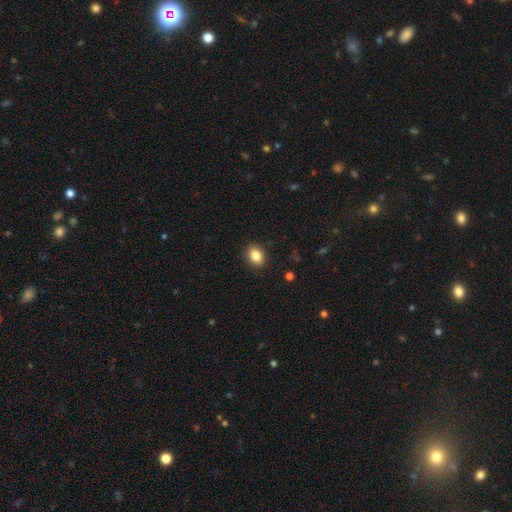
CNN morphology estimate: Smooth or featured: smooth — 84% (star or artifact — 9%)
How rounded: in between — 73% (round — 25%)
Merging: none — 88% (minor disturbance — 9%)